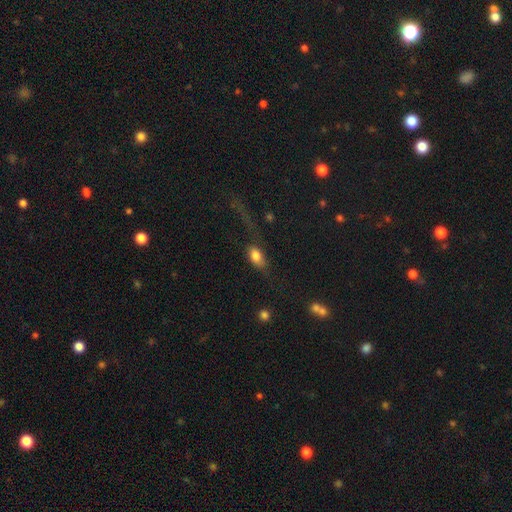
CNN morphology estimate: The model was most divided on "merging": none: 42%, major disturbance: 32%, minor disturbance: 21%, merger: 5%. More confident: how rounded — in between (85%); smooth or featured — smooth (76%).